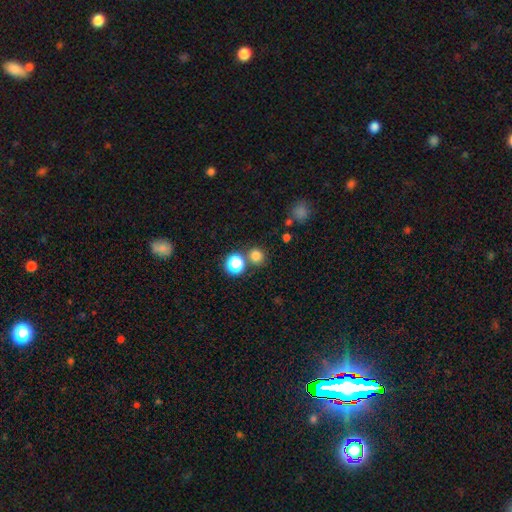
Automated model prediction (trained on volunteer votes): A smooth galaxy with no disk features (77%) that is round (87%).

Vote fractions:
- Smooth or featured? smooth: 77% / star or artifact: 18% / featured or disk: 5%
- How rounded? round: 87% / in between: 12% / cigar-shaped: 1%
- Merging? none: 76% / merger: 13% / minor disturbance: 8% / major disturbance: 3%